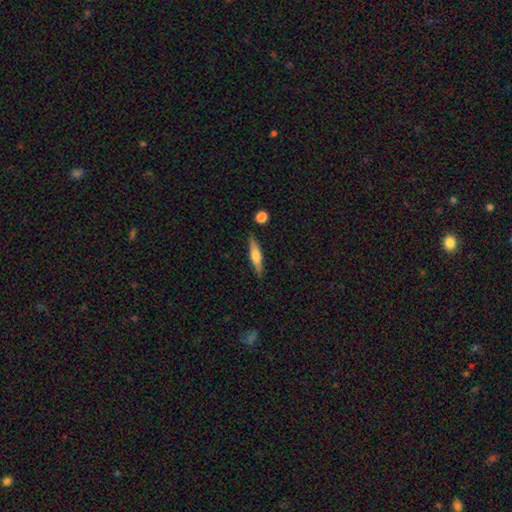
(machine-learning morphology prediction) This appears to be a smooth galaxy with no disk features (48%). Merging: none (85%).